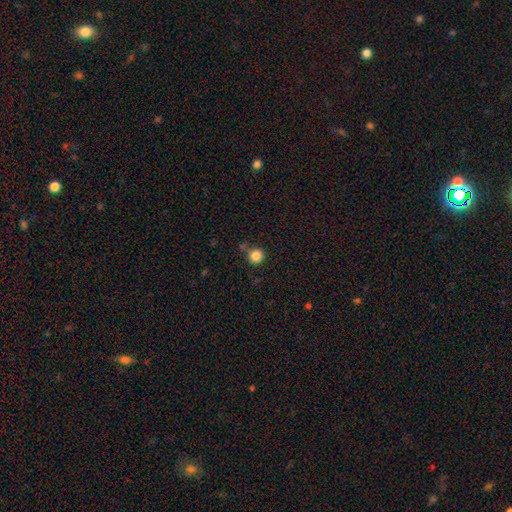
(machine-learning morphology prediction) type=smooth (84%); roundness=round (94%); merging=none (79%).